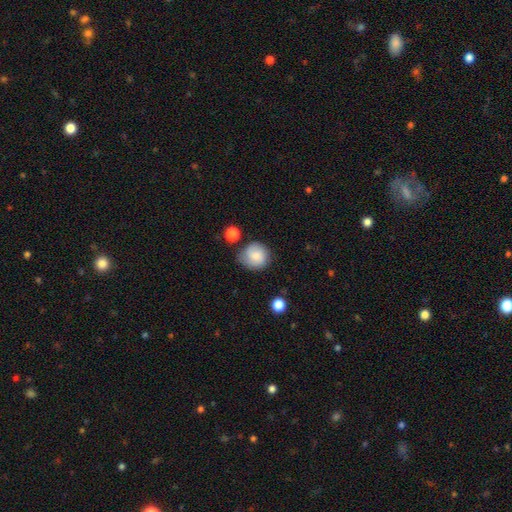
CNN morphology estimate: smooth-or-featured: smooth: 81% | featured or disk: 11% | star or artifact: 8%
  how-rounded: round: 87% | in between: 12% | cigar-shaped: 1%
  merging: none: 69% | minor disturbance: 22% | major disturbance: 5% | merger: 4%